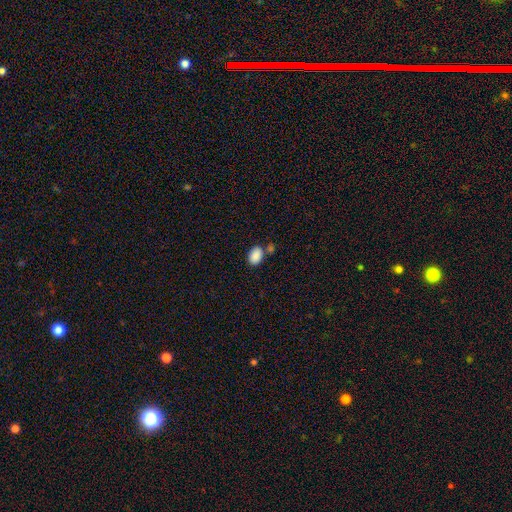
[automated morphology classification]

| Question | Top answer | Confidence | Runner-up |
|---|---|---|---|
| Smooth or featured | smooth | 89% | star or artifact (7%) |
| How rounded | in between | 84% | round (15%) |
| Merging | none | 67% | merger (17%) |